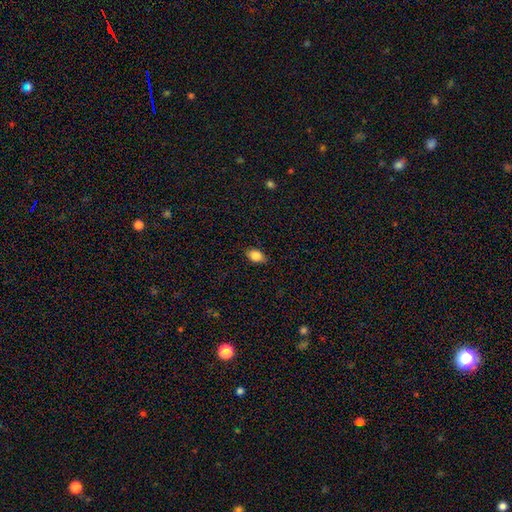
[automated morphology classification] The model was most divided on "how rounded": in between: 86%, round: 13%, cigar-shaped: 2%. More confident: merging — none (86%); smooth or featured — smooth (85%).